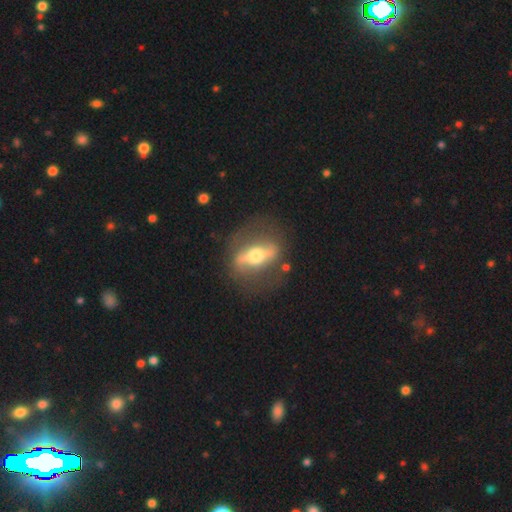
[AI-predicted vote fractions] featured or disk 77%, smooth 18%, star or artifact 5%. Down the decision tree: edge-on disk — no (60%); merging — none (75%).